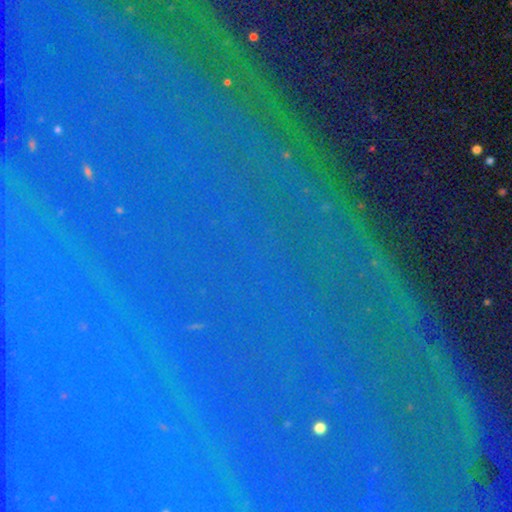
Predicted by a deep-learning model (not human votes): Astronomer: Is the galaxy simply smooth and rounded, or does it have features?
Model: star or artifact — 86%.